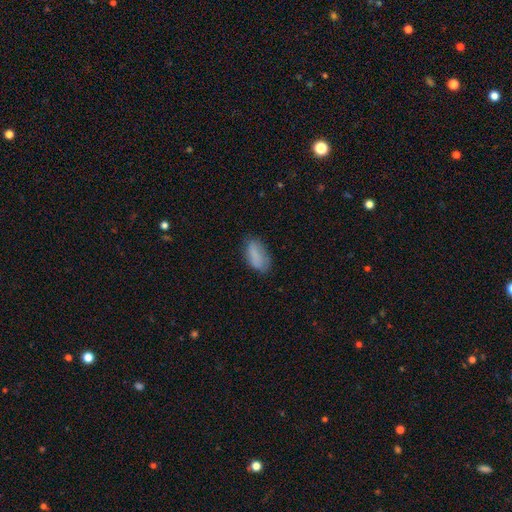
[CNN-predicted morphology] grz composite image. It shows a smooth galaxy with no disk features (82%) that is in between round and cigar-shaped (90%). Merging: none (70%).